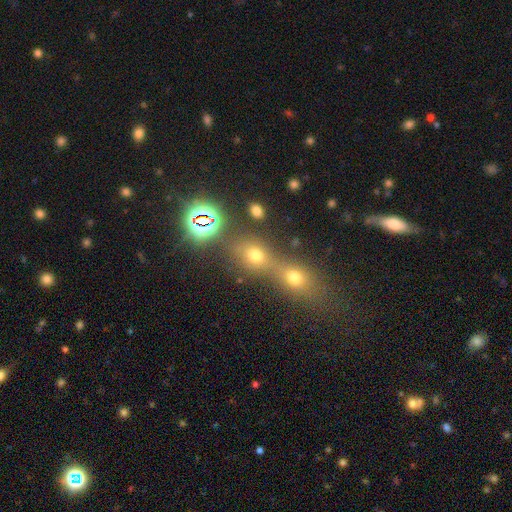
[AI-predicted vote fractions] A smooth galaxy with no disk features (52%) that is round (67%).

Vote fractions:
- Smooth or featured? smooth: 52% / star or artifact: 35% / featured or disk: 13%
- How rounded? round: 67% / in between: 30% / cigar-shaped: 3%
- Merging? merger: 52% / none: 37% / minor disturbance: 6% / major disturbance: 5%